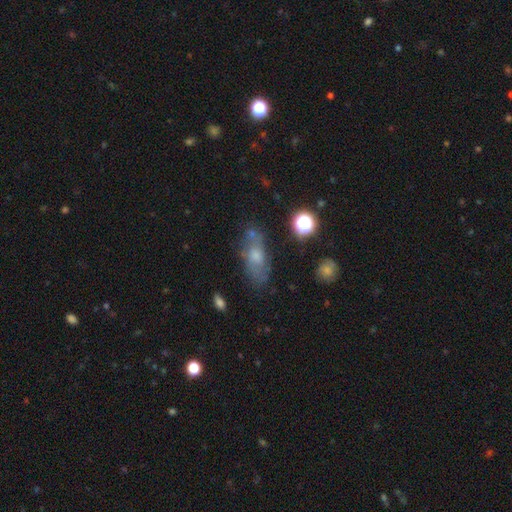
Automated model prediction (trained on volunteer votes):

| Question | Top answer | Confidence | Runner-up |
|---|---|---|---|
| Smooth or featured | smooth | 46% | featured or disk (39%) |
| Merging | none | 66% | minor disturbance (20%) |